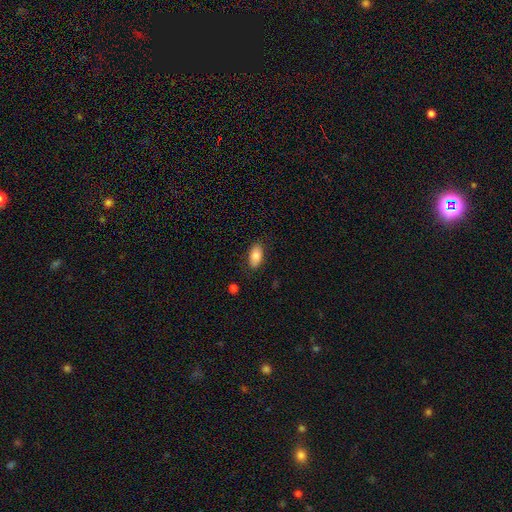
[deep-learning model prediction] smooth-or-featured: smooth: 84% | featured or disk: 9% | star or artifact: 7%
  how-rounded: in between: 91% | cigar-shaped: 5% | round: 4%
  merging: none: 85% | minor disturbance: 11% | major disturbance: 3% | merger: 1%